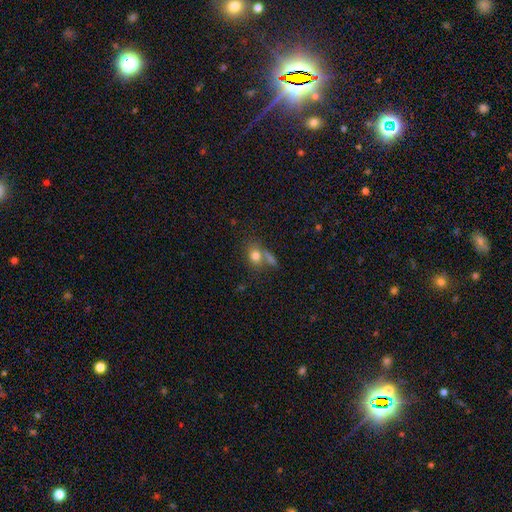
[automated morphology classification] smooth 78%, featured or disk 12%, star or artifact 10%. Down the decision tree: how rounded — in between (58%); merging — none (50%).